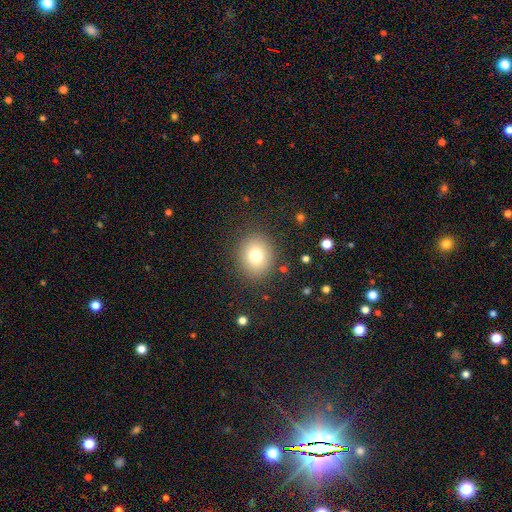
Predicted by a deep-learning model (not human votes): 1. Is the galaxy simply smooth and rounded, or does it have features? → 77% smooth, 12% star or artifact, 11% featured or disk.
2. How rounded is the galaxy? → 72% round, 27% in between, 1% cigar-shaped.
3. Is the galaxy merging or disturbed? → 87% none, 8% minor disturbance, 4% major disturbance, 1% merger.